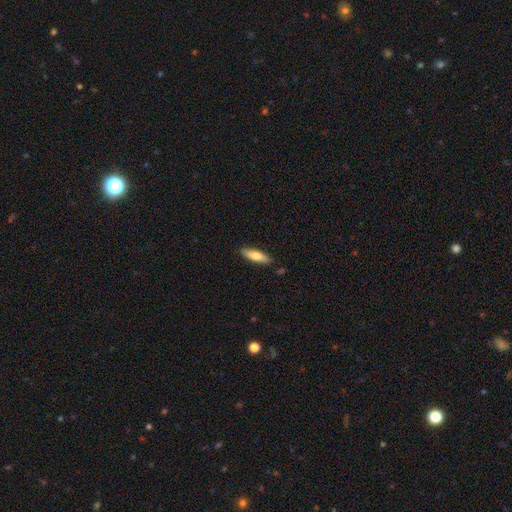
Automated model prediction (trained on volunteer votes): Overall: smooth (75%). How rounded: cigar-shaped (62%; in between 37%). Merging: none (86%).